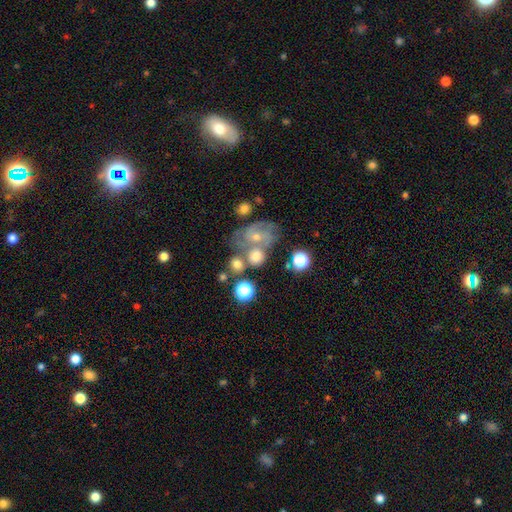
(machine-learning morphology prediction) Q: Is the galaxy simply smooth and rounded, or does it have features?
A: featured or disk — 48%.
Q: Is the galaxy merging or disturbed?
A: none — 43%.